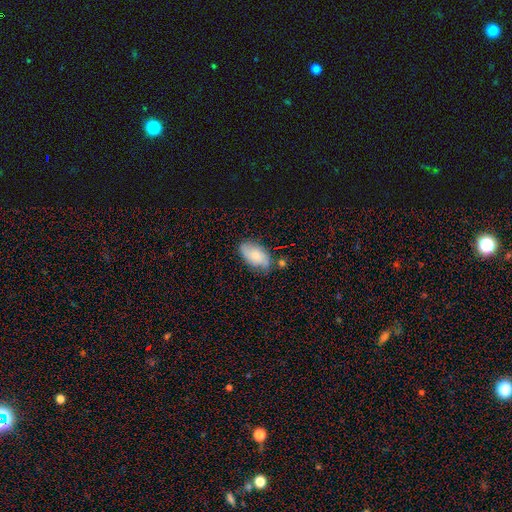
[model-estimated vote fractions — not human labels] smooth_or_featured: smooth (p=0.63) [alt: featured or disk p=0.29]
how_rounded: in between (p=0.93) [alt: round p=0.05]
merging: none (p=0.65) [alt: minor disturbance p=0.24]